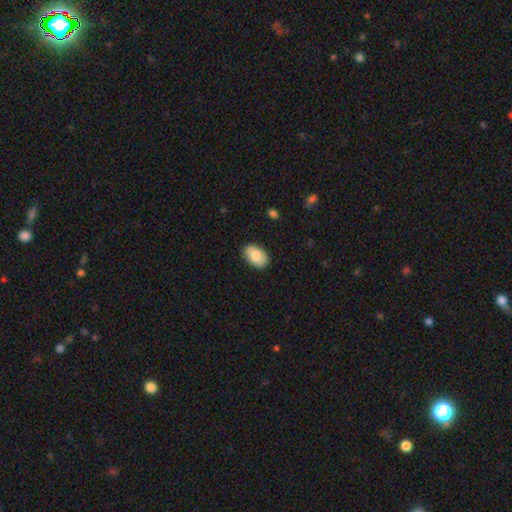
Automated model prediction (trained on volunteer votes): This appears to be a smooth galaxy with no disk features (78%) that is in between round and cigar-shaped (90%). Merging: none (85%).